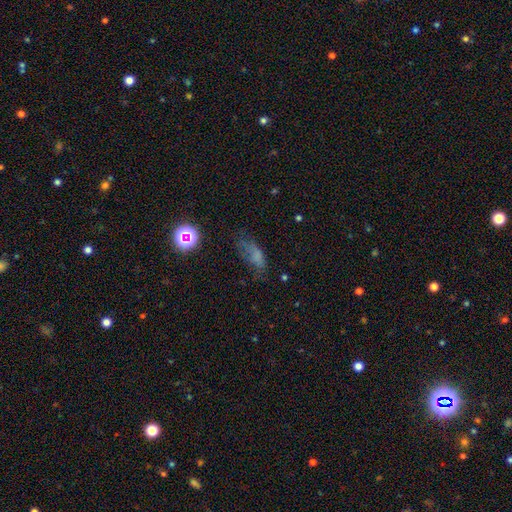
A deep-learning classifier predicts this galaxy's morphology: Smooth or featured? Predicted: smooth (p=0.58). How rounded? Predicted: in between (p=0.74). Merging? Predicted: none (p=0.40).